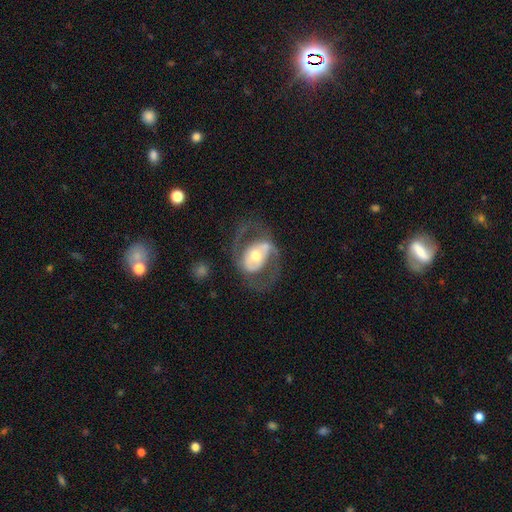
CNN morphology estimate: Q: Smooth or featured?
A: featured or disk (77%); runner-up: smooth (18%)
Q: Edge-on disk?
A: no (95%); runner-up: yes (5%)
Q: Bar?
A: no (50%); runner-up: weak (28%)
Q: Spiral arms?
A: yes (70%); runner-up: no (30%)
Q: Spiral winding?
A: medium (50%); runner-up: loose (31%)
Q: Spiral arm count?
A: 2 (85%); runner-up: can't tell (8%)
Q: Bulge size?
A: moderate (68%); runner-up: small (16%)
Q: Merging?
A: none (57%); runner-up: major disturbance (23%)